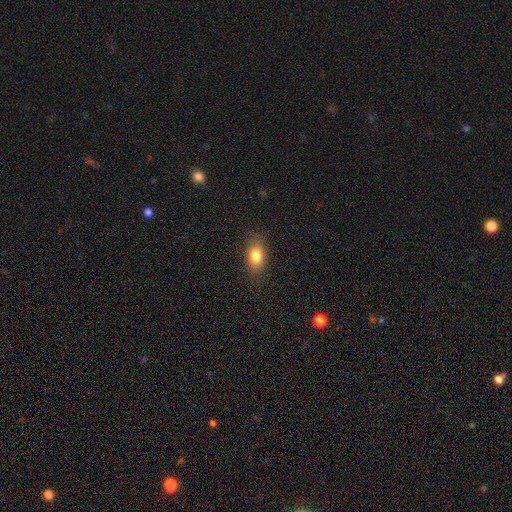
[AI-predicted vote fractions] A smooth galaxy with no disk features (81%) that is in between round and cigar-shaped (83%). Merging: none (85%).